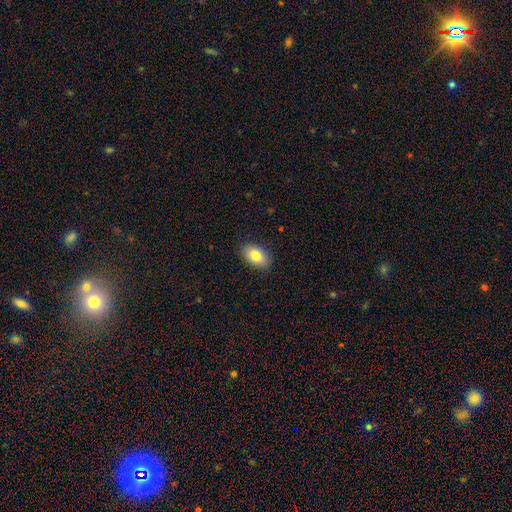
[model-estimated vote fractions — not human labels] This appears to be a smooth galaxy with no disk features (82%) that is in between round and cigar-shaped (91%). Merging: none (88%).